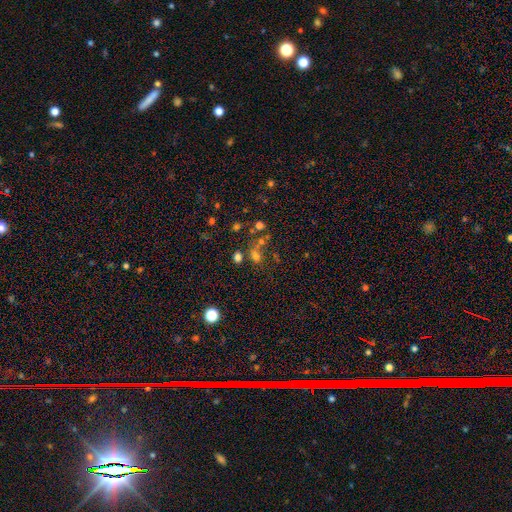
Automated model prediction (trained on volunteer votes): A smooth galaxy with no disk features (59%) that is round (55%). Merging: none (44%).